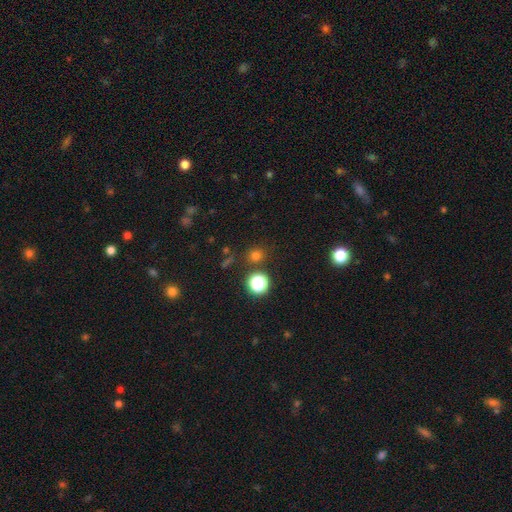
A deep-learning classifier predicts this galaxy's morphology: Q: Smooth or featured?
A: smooth (70%); runner-up: star or artifact (24%)
Q: How rounded?
A: round (90%); runner-up: in between (9%)
Q: Merging?
A: none (83%); runner-up: minor disturbance (8%)